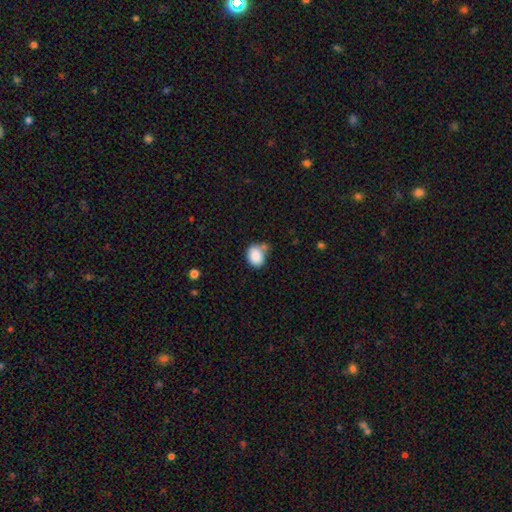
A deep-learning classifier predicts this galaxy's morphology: The model was most divided on "how rounded": in between: 56%, round: 43%, cigar-shaped: 1%. Remaining: smooth or featured — smooth (86%); merging — none (48%).